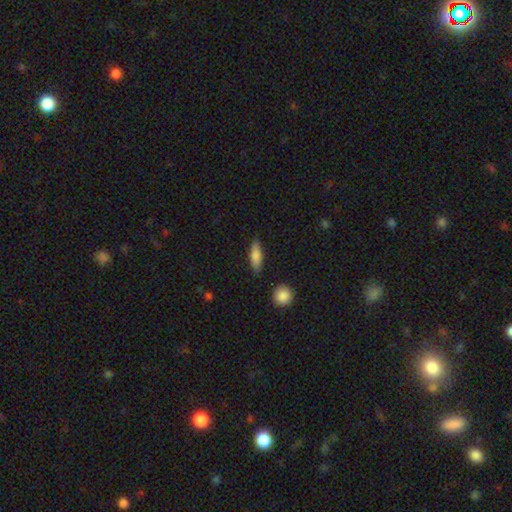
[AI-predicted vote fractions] smooth_or_featured: smooth (p=0.74) [alt: featured or disk p=0.19]
how_rounded: in between (p=0.48) [tied with: cigar-shaped p=0.48]
merging: none (p=0.85) [alt: minor disturbance p=0.11]